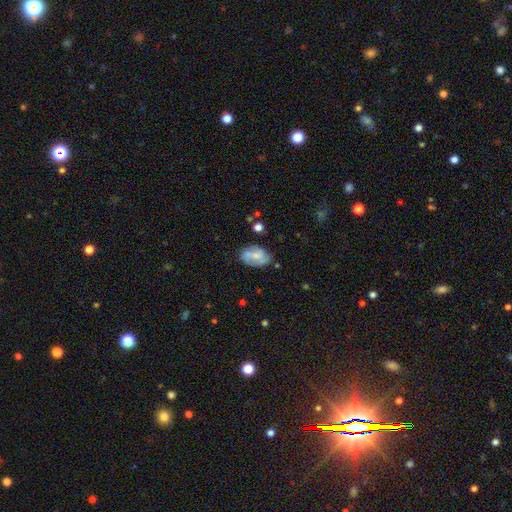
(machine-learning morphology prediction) Smooth or featured: featured or disk — 48% (smooth — 44%)
Merging: none — 62% (minor disturbance — 25%)